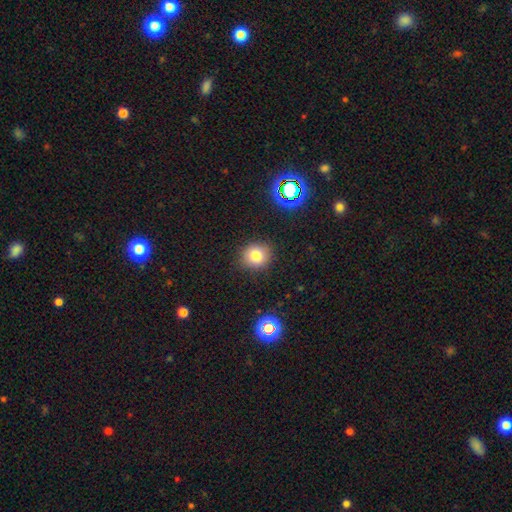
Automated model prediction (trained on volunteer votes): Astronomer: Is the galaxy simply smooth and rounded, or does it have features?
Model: smooth — 77%.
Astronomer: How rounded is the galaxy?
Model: round — 83%.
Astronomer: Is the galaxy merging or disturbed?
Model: none — 87%.